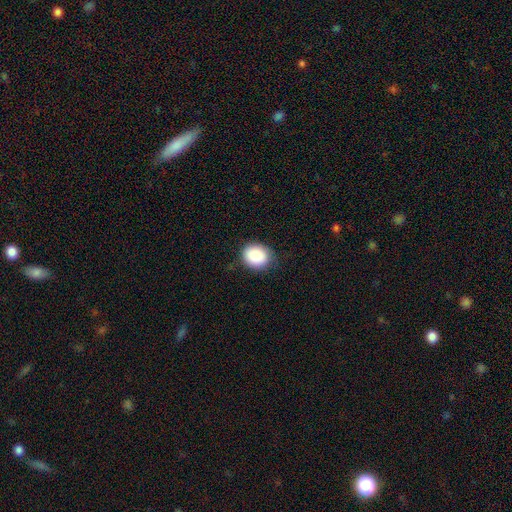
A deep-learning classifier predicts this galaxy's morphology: Smooth or featured? smooth (88%)
How rounded? round (61%)
Merging? none (81%)